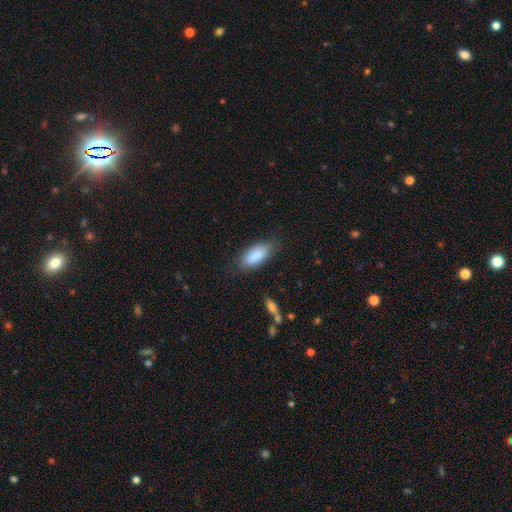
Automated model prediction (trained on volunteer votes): Morphology: type=smooth (86%); roundness=in between (82%); merging=none (76%).